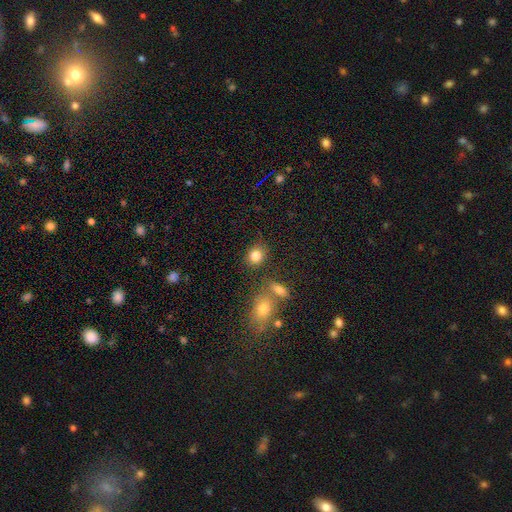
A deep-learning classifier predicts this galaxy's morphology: Smooth or featured?
  - smooth: 83% *
  - star or artifact: 10%
  - featured or disk: 7%
How rounded?
  - round: 60% *
  - in between: 38%
  - cigar-shaped: 1%
Merging?
  - none: 73% *
  - minor disturbance: 12%
  - merger: 10%
  - major disturbance: 4%